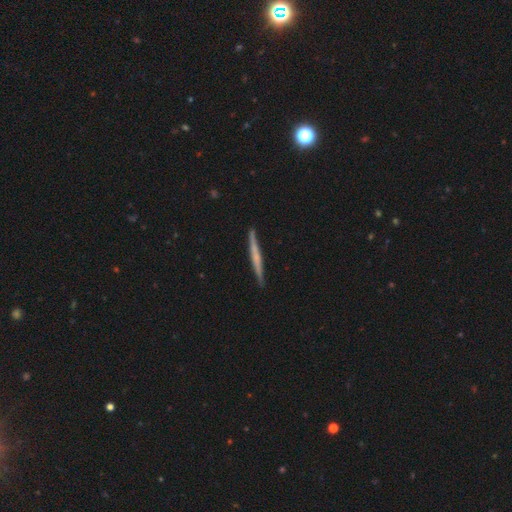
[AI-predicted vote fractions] Smooth or featured?
  - featured or disk: 55% *
  - smooth: 40%
  - star or artifact: 6%
Edge-on disk?
  - yes: 97% *
  - no: 3%
Edge-on bulge?
  - none: 62% *
  - rounded: 28%
  - boxy: 10%
Merging?
  - none: 89% *
  - minor disturbance: 8%
  - major disturbance: 1%
  - merger: 1%